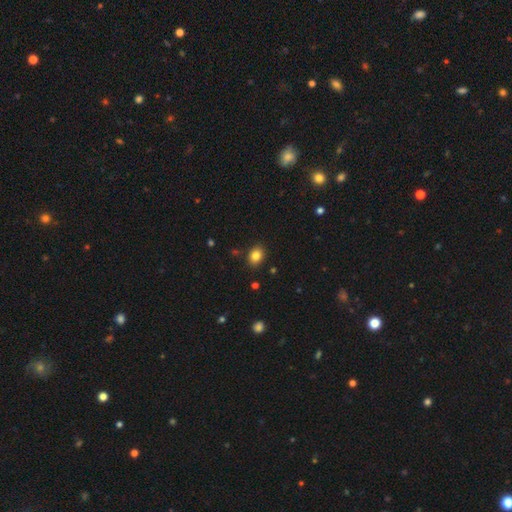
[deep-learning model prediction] Q: Smooth or featured?
A: smooth (83%); runner-up: star or artifact (10%)
Q: How rounded?
A: in between (64%); runner-up: round (35%)
Q: Merging?
A: none (87%); runner-up: minor disturbance (9%)